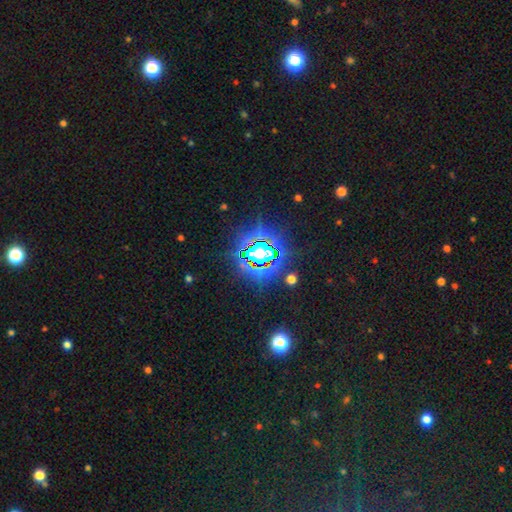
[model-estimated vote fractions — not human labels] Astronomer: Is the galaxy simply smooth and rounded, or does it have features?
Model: star or artifact — 83%.